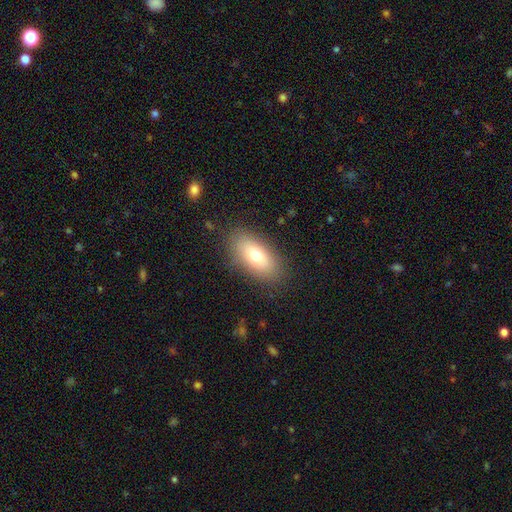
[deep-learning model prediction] Morphology: type=smooth (75%); roundness=in between (88%); merging=none (86%).